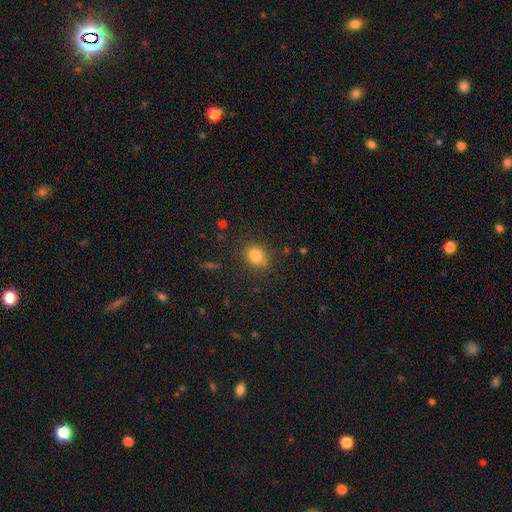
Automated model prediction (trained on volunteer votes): A smooth galaxy with no disk features (80%) that is round (67%). Merging: none (76%).